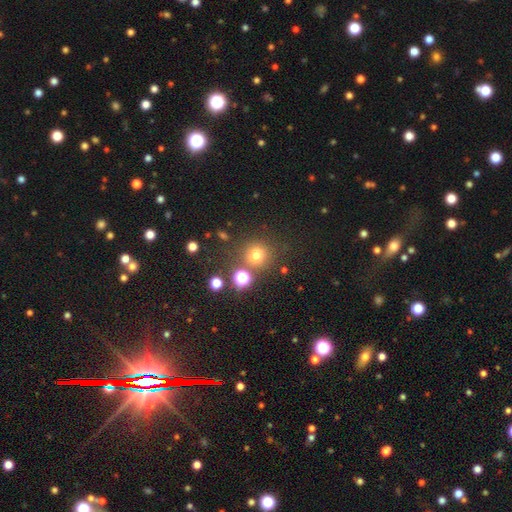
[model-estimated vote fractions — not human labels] Overall: smooth (70%). How rounded: round (92%). Merging: none (78%).